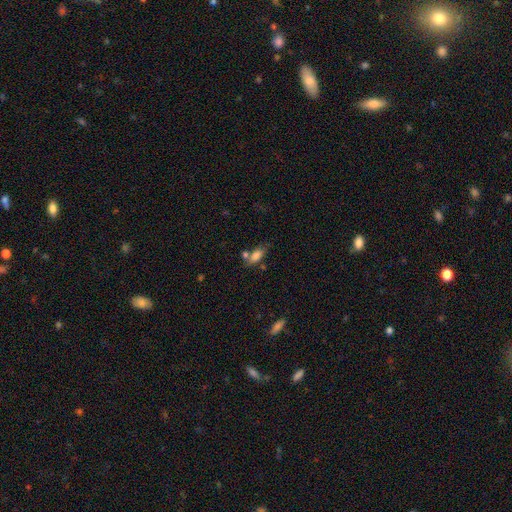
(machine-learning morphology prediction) Smooth or featured: smooth — 77% (featured or disk — 13%)
How rounded: in between — 81% (cigar-shaped — 14%)
Merging: none — 52% (merger — 24%)